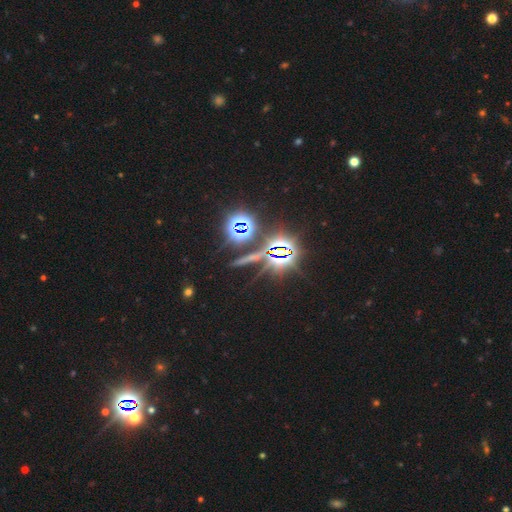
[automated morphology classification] Smooth or featured? Predicted: star or artifact (p=0.82).